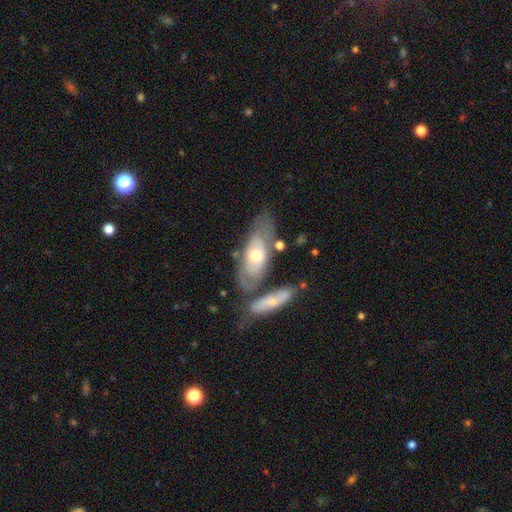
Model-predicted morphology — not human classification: A featured or disk galaxy (57%). Merging: none (56%).